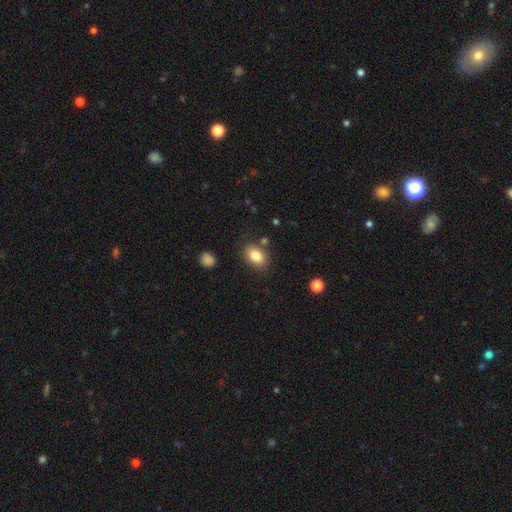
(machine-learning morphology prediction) This is clearly a smooth galaxy (85%). How rounded: clearly in between (81%). Merging: clearly none (80%).